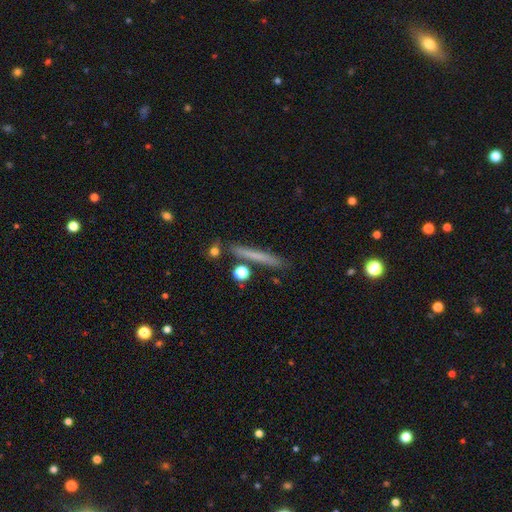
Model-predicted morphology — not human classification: smooth-or-featured: smooth: 62% | featured or disk: 29% | star or artifact: 8%
  how-rounded: cigar-shaped: 94% | in between: 3% | round: 3%
  merging: none: 85% | minor disturbance: 9% | merger: 4% | major disturbance: 2%